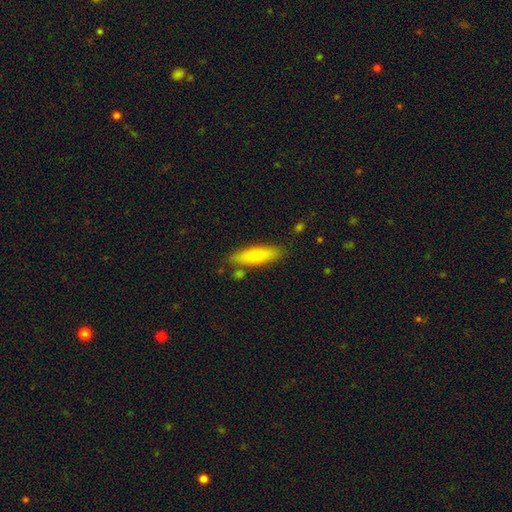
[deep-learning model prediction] The model was most divided on "how rounded": cigar-shaped: 55%, in between: 42%, round: 3%. More confident: merging — none (81%); smooth or featured — smooth (66%).